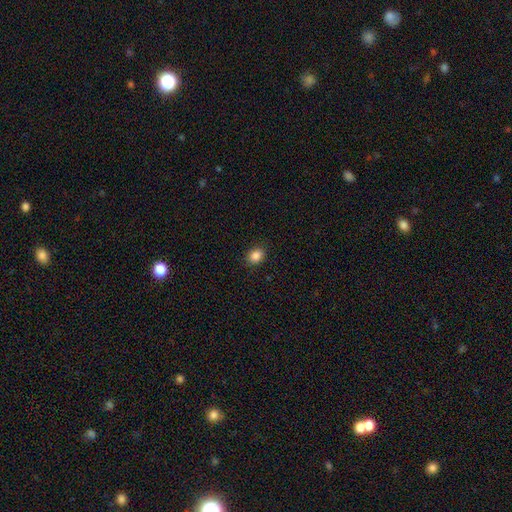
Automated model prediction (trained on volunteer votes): Overall: smooth (86%). How rounded: in between (59%; round 40%). Merging: none (89%).